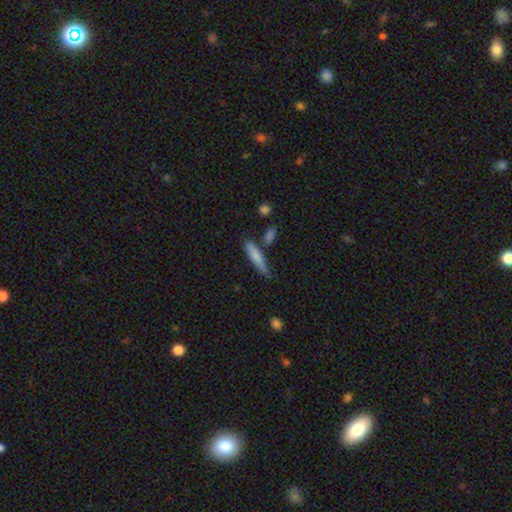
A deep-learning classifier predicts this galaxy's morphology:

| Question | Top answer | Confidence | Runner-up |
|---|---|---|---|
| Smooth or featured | smooth | 76% | featured or disk (18%) |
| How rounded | cigar-shaped | 82% | in between (16%) |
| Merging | none | 66% | minor disturbance (21%) |